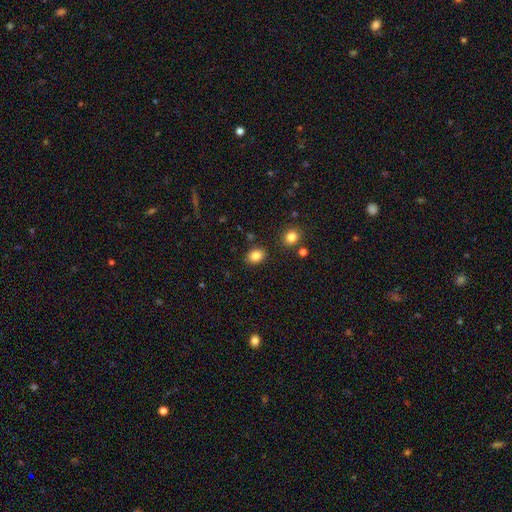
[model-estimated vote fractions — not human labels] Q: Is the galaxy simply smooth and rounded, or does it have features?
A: smooth — 84%.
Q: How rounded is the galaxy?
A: in between — 61%.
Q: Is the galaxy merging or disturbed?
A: none — 85%.